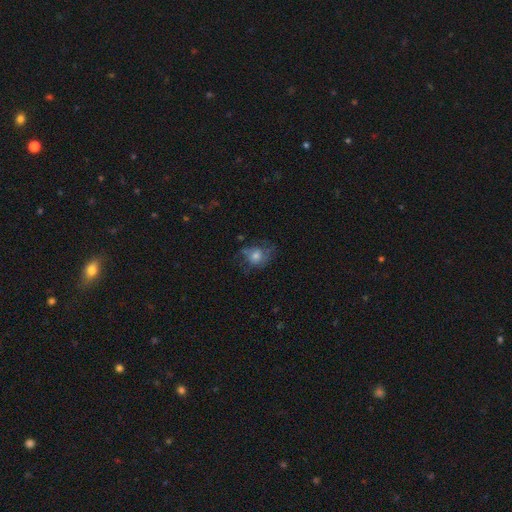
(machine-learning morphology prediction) smooth-or-featured: smooth: 47% | featured or disk: 41% | star or artifact: 12%
  merging: none: 49% | minor disturbance: 25% | major disturbance: 24% | merger: 2%